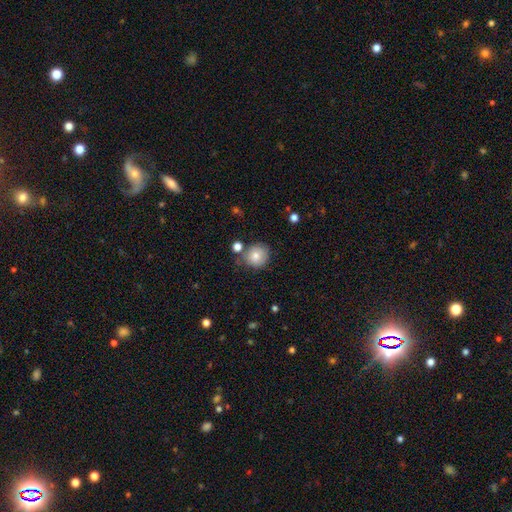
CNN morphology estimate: Smooth or featured? smooth (75%)
How rounded? round (86%)
Merging? none (67%)